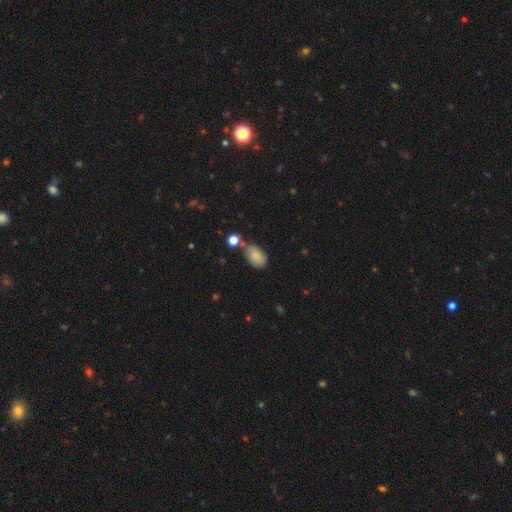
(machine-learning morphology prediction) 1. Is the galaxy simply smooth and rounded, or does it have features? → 84% smooth, 9% star or artifact, 7% featured or disk.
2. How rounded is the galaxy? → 90% in between, 9% round, 2% cigar-shaped.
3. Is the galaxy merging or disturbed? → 58% none, 22% minor disturbance, 14% merger, 6% major disturbance.